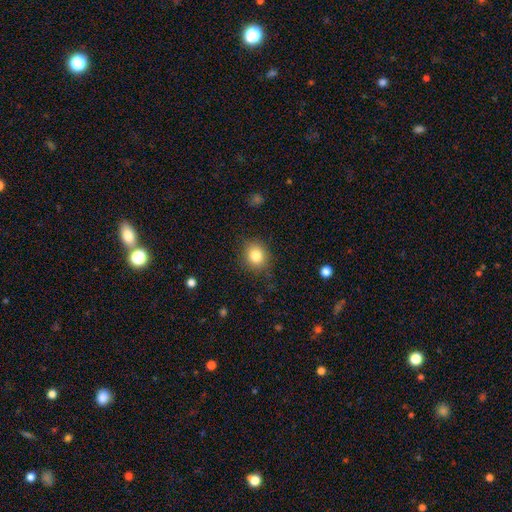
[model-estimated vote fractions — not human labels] This appears to be a smooth galaxy with no disk features (83%) that is round (74%). Merging: none (83%).